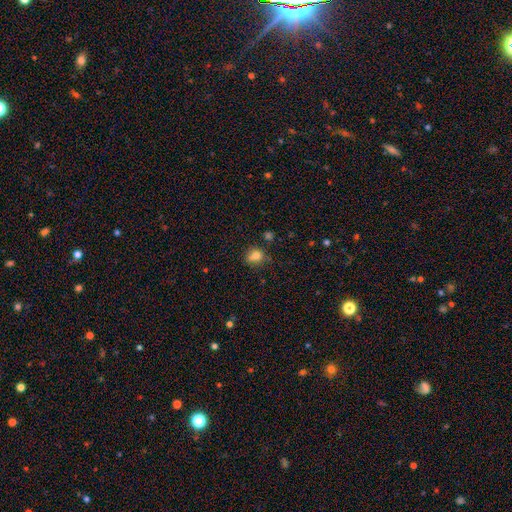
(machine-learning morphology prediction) Smooth or featured: smooth — 76% (star or artifact — 14%)
How rounded: round — 65% (in between — 34%)
Merging: none — 56% (minor disturbance — 24%)